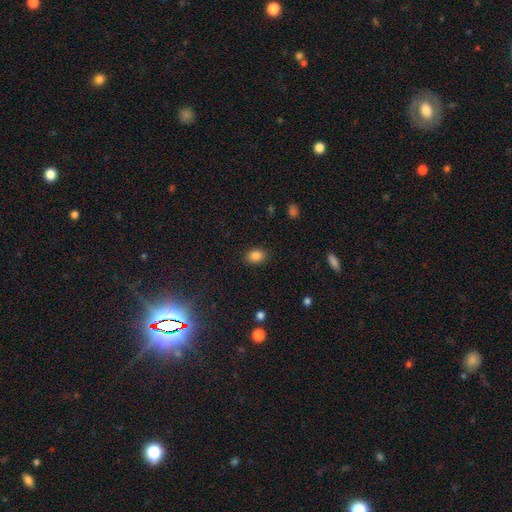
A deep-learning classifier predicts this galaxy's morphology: This appears to be a smooth galaxy with no disk features (85%) that is in between round and cigar-shaped (67%). Merging: none (88%).